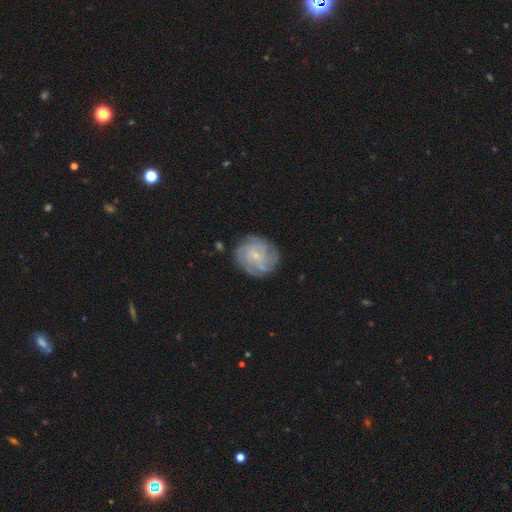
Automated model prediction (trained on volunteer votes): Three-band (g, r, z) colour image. It shows a featured or disk galaxy (73%) with no bar (67%), tight (59%) spiral arms (93%) and a small central bulge (77%). Merging: none (80%).